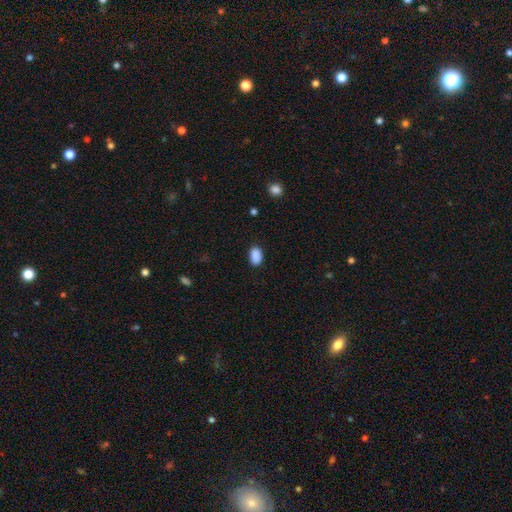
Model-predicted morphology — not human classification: smooth 89%, star or artifact 8%, featured or disk 3%. Down the decision tree: how rounded — in between (90%); merging — none (85%).